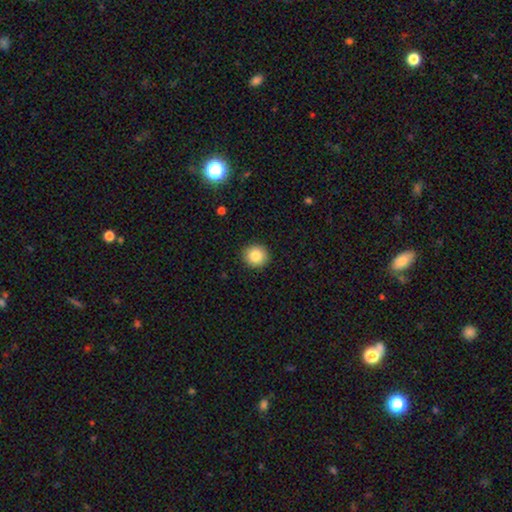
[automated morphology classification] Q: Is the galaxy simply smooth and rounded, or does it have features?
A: smooth — 85%.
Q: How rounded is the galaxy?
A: round — 92%.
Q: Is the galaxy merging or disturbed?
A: none — 92%.